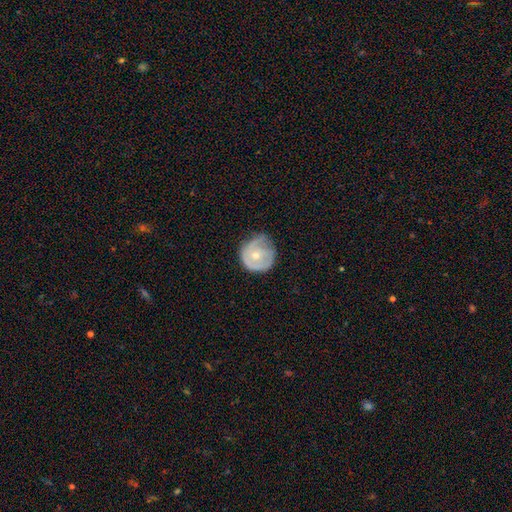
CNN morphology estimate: Smooth or featured: featured or disk — 51% (smooth — 43%)
Edge-on disk: no — 97% (yes — 3%)
Merging: none — 54% (minor disturbance — 33%)